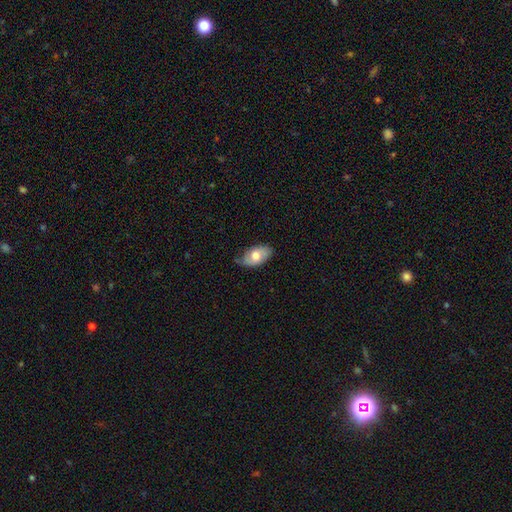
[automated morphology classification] A smooth galaxy with no disk features (64%) that is in between round and cigar-shaped (94%). Merging: none (67%).